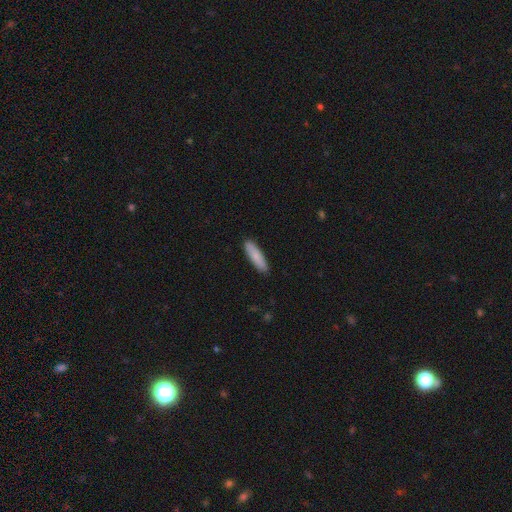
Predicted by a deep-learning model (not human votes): This is clearly a smooth galaxy (84%). How rounded: likely cigar-shaped (67%). Merging: clearly none (89%).